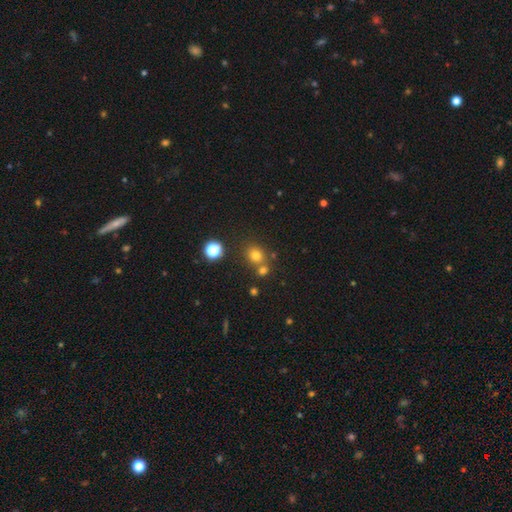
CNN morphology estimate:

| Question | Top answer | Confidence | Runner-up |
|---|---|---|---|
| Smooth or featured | smooth | 73% | star or artifact (20%) |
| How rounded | round | 79% | in between (20%) |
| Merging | none | 66% | merger (22%) |